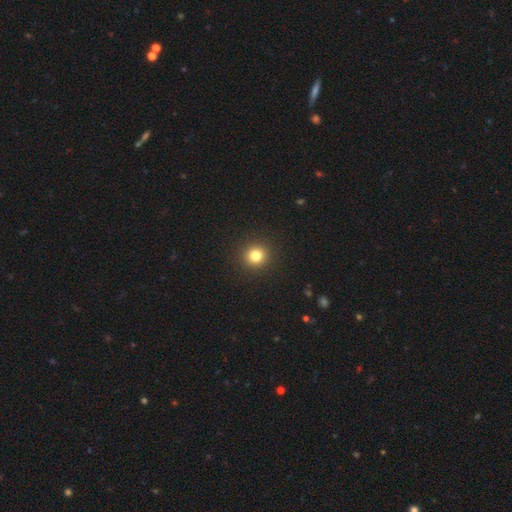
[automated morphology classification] A smooth galaxy with no disk features (81%) that is round (93%).

Vote fractions:
- Smooth or featured? smooth: 81% / star or artifact: 14% / featured or disk: 6%
- How rounded? round: 93% / in between: 6% / cigar-shaped: 1%
- Merging? none: 92% / minor disturbance: 5% / major disturbance: 2% / merger: 1%